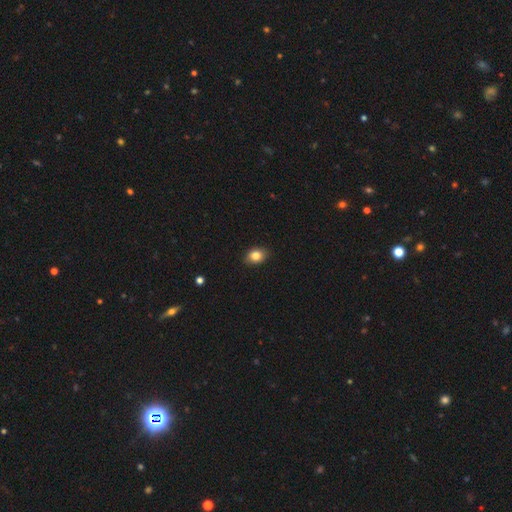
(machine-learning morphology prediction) This appears to be a smooth galaxy with no disk features (83%) that is in between round and cigar-shaped (67%). Merging: none (87%).